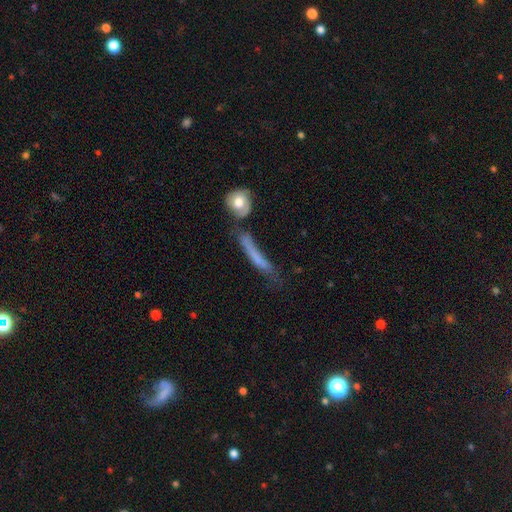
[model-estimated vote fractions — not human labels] Overall: smooth (54%; featured or disk 36%). How rounded: cigar-shaped (83%). Merging: none (39%; minor disturbance 24%).